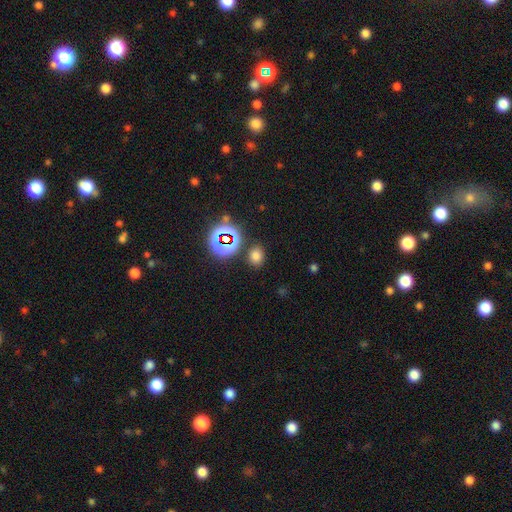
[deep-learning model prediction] This is likely a smooth galaxy (70%). How rounded: possibly round (51%). Merging: clearly none (83%).